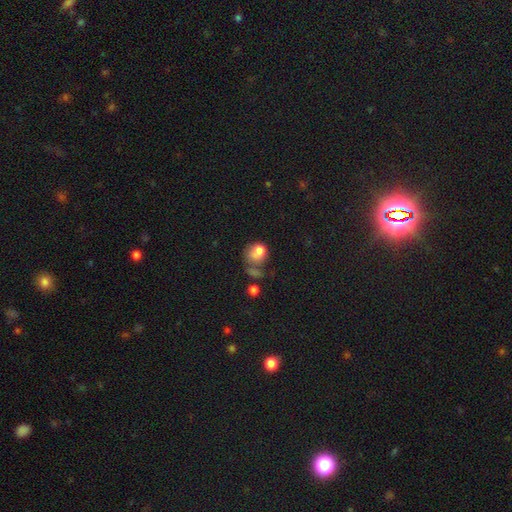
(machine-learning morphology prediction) This appears to be a smooth galaxy with no disk features (72%) that is round (61%). Merging: none (31%).